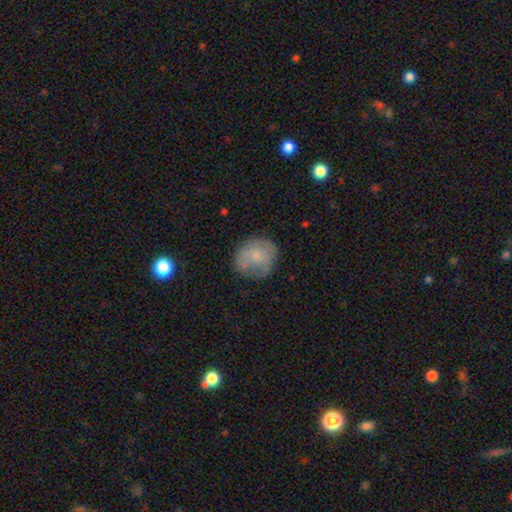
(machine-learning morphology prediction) smooth_or_featured: smooth (p=0.67) [alt: featured or disk p=0.24]
how_rounded: round (p=0.77) [alt: in between p=0.22]
merging: none (p=0.64) [alt: minor disturbance p=0.25]